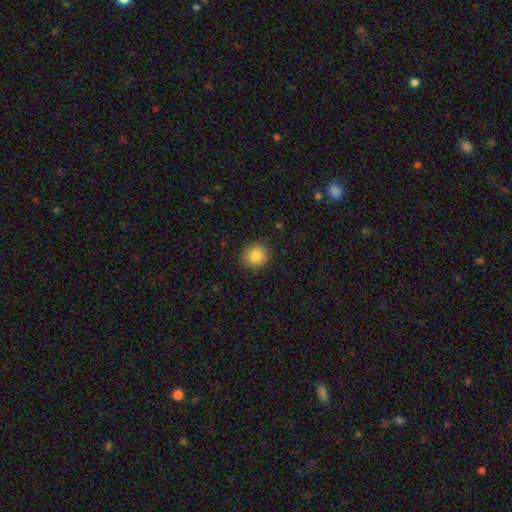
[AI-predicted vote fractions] This is clearly a smooth galaxy (84%). How rounded: likely round (79%). Merging: clearly none (87%).